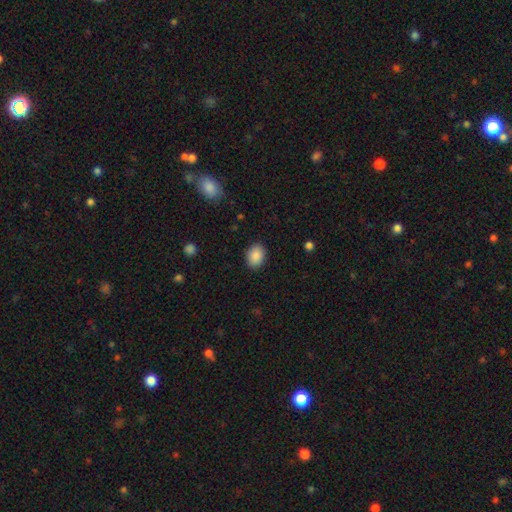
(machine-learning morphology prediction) Q: Smooth or featured?
A: smooth (89%); runner-up: star or artifact (8%)
Q: How rounded?
A: in between (69%); runner-up: round (30%)
Q: Merging?
A: none (88%); runner-up: minor disturbance (9%)